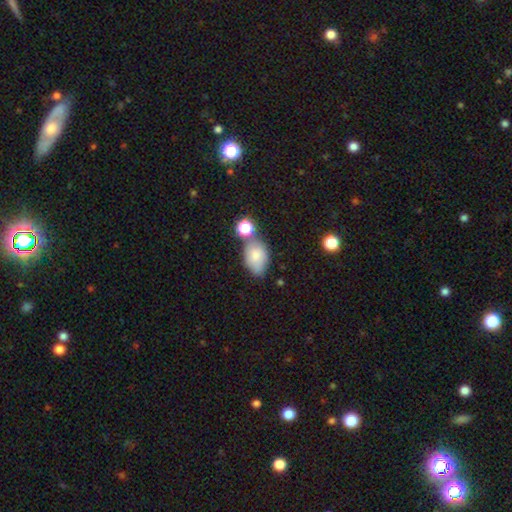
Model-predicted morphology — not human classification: This appears to be a smooth galaxy with no disk features (74%) that is in between round and cigar-shaped (84%). Merging: none (46%).